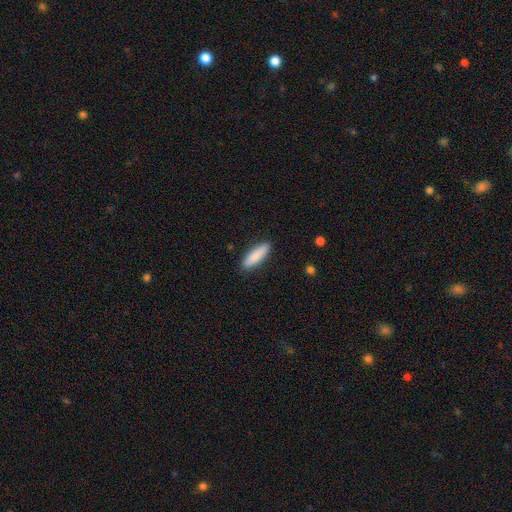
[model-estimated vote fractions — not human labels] smooth_or_featured: smooth (p=0.87) [alt: featured or disk p=0.07]
how_rounded: cigar-shaped (p=0.60) [alt: in between p=0.39]
merging: none (p=0.88) [alt: minor disturbance p=0.09]